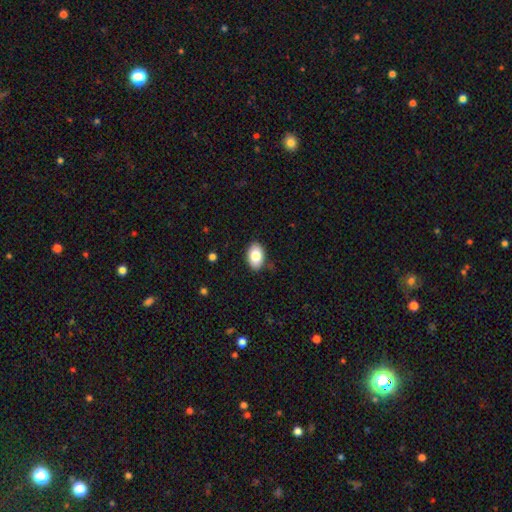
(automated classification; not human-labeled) smooth-or-featured: smooth: 86% | featured or disk: 8% | star or artifact: 7%
  how-rounded: in between: 91% | round: 8% | cigar-shaped: 1%
  merging: none: 87% | minor disturbance: 10% | major disturbance: 2% | merger: 1%